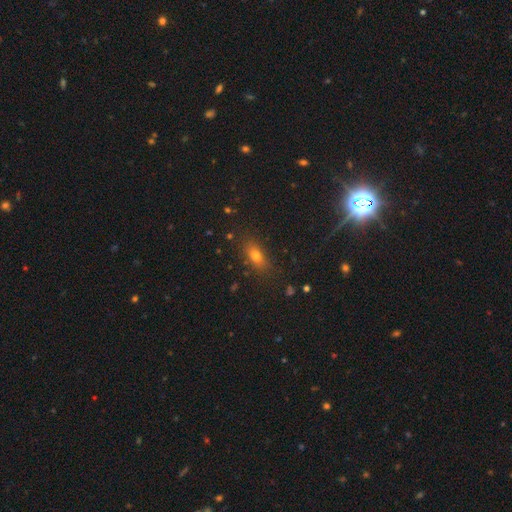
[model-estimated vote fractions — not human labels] Q: Smooth or featured?
A: smooth (71%); runner-up: star or artifact (16%)
Q: How rounded?
A: in between (74%); runner-up: cigar-shaped (16%)
Q: Merging?
A: none (82%); runner-up: minor disturbance (12%)